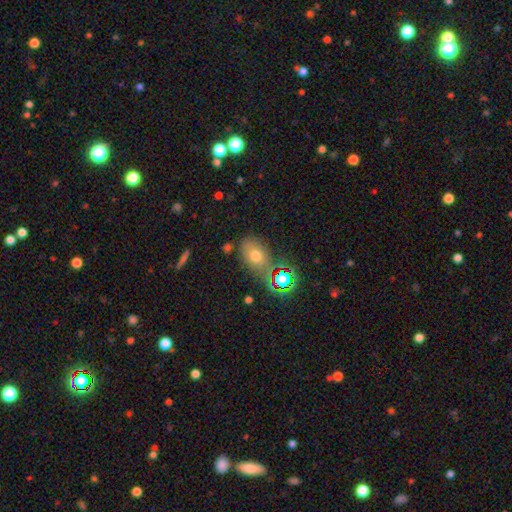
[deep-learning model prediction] A smooth galaxy with no disk features (64%) that is in between round and cigar-shaped (76%). Merging: none (68%).